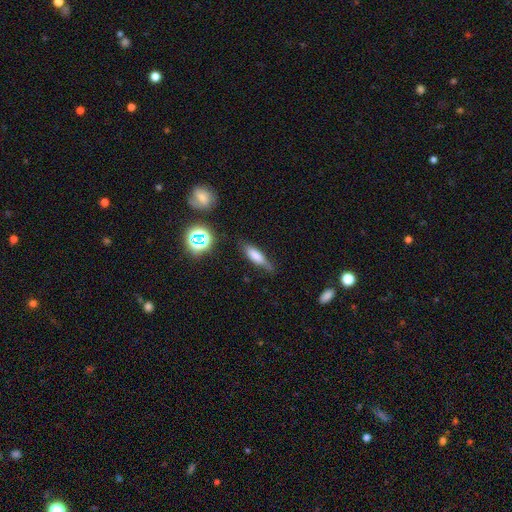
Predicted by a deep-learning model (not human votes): Smooth or featured? Predicted: smooth (p=0.68). How rounded? Predicted: cigar-shaped (p=0.54). Merging? Predicted: none (p=0.65).